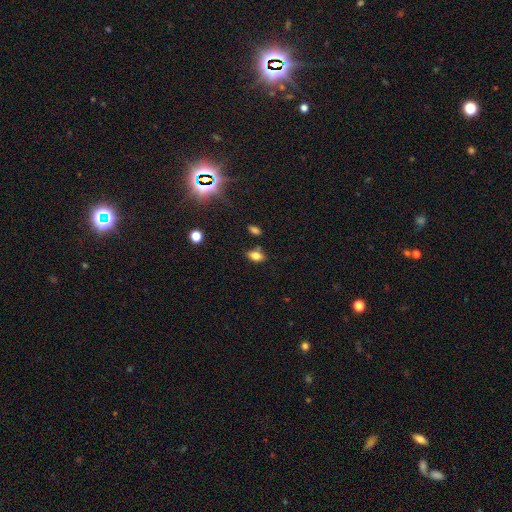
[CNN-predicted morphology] A smooth galaxy with no disk features (77%) that is in between round and cigar-shaped (86%). Merging: none (72%).